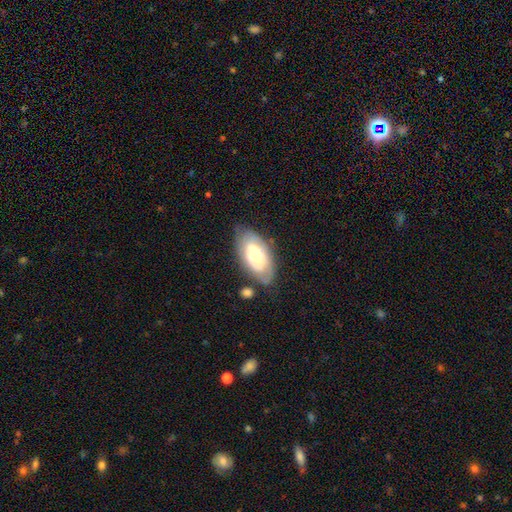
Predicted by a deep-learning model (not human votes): Smooth or featured? featured or disk (55%)
Edge-on disk? no (90%)
Merging? none (69%)